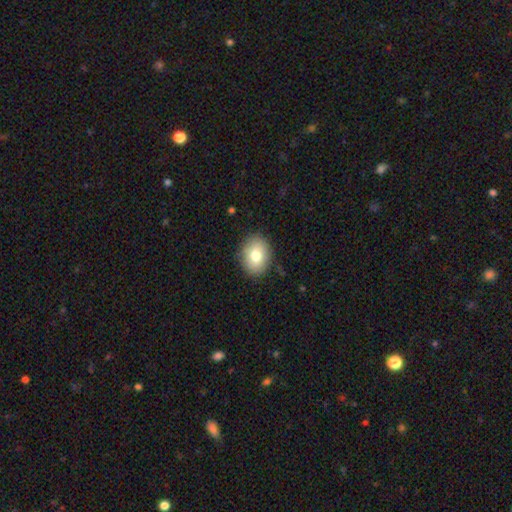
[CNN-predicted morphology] smooth 77%, featured or disk 14%, star or artifact 9%. Down the decision tree: how rounded — in between (62%); merging — none (87%).